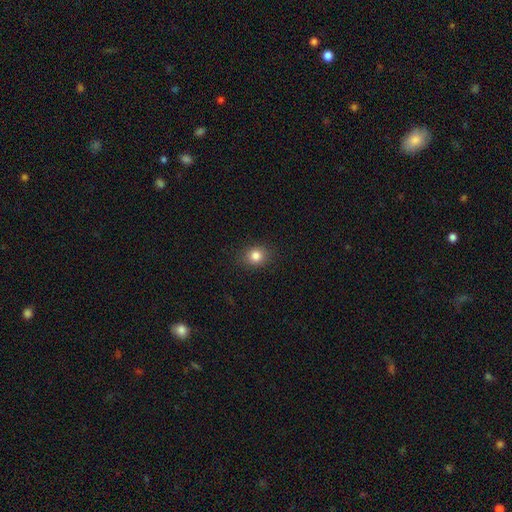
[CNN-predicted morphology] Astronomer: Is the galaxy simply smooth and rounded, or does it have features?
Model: smooth — 83%.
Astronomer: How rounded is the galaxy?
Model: round — 65%.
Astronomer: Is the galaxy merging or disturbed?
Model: none — 88%.